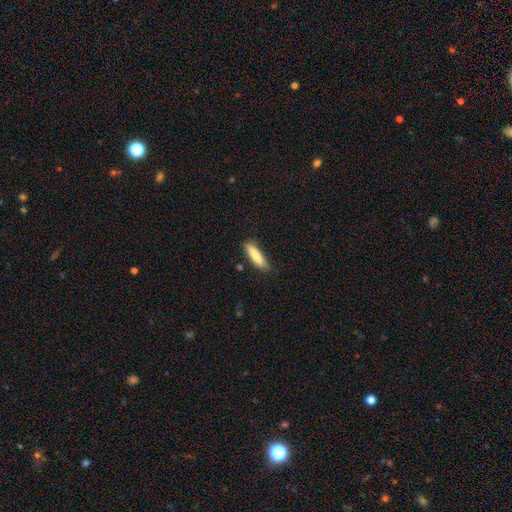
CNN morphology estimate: Q: Smooth or featured?
A: smooth (80%); runner-up: featured or disk (14%)
Q: How rounded?
A: cigar-shaped (71%); runner-up: in between (27%)
Q: Merging?
A: none (83%); runner-up: minor disturbance (13%)